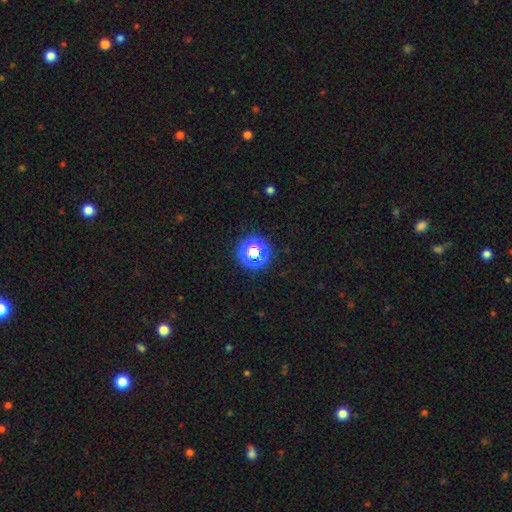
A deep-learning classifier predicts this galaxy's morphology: Smooth or featured: star or artifact — 52% (smooth — 38%)